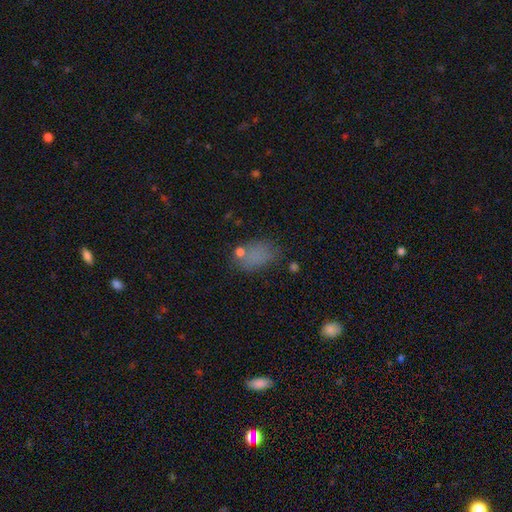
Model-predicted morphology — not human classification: Smooth or featured? smooth (72%)
How rounded? in between (82%)
Merging? none (61%)